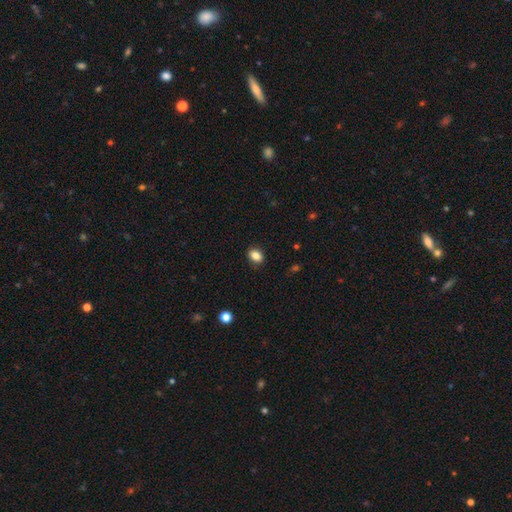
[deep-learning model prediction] Smooth or featured? Predicted: smooth (p=0.85). How rounded? Predicted: in between (p=0.70). Merging? Predicted: none (p=0.89).